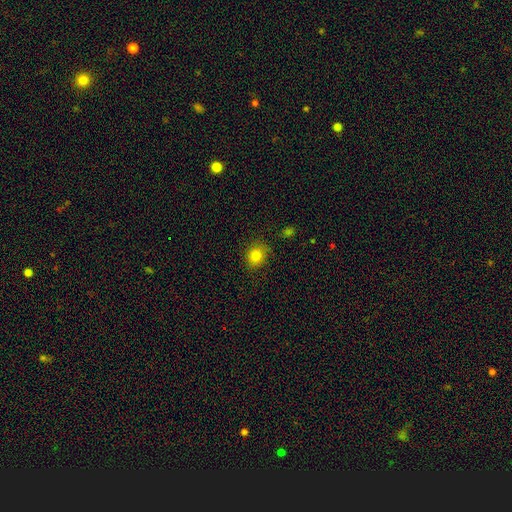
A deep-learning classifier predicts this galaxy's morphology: A smooth galaxy with no disk features (82%) that is round (68%).

Vote fractions:
- Smooth or featured? smooth: 82% / star or artifact: 12% / featured or disk: 6%
- How rounded? round: 68% / in between: 31% / cigar-shaped: 1%
- Merging? none: 83% / minor disturbance: 13% / major disturbance: 3% / merger: 1%